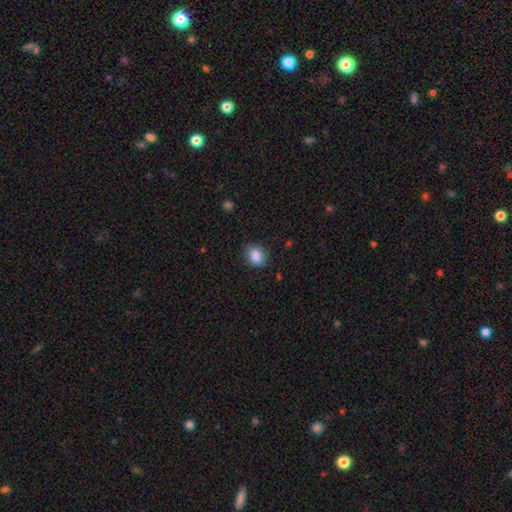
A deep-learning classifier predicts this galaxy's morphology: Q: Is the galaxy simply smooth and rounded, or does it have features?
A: smooth — 86%.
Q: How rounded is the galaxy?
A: in between — 61%.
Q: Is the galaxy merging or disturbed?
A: none — 82%.